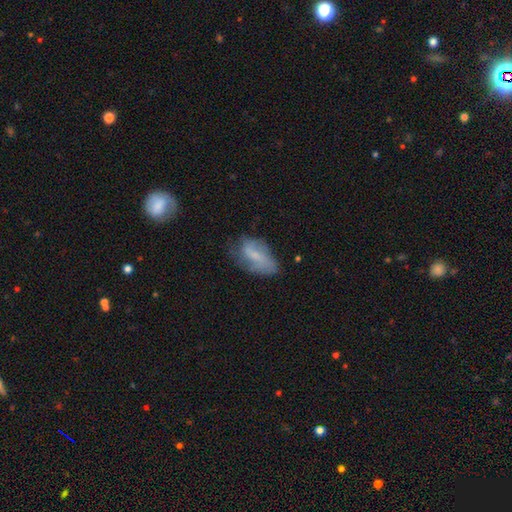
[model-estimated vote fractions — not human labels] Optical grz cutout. It shows a smooth galaxy with no disk features (52%) that is in between round and cigar-shaped (89%). Merging: none (50%).